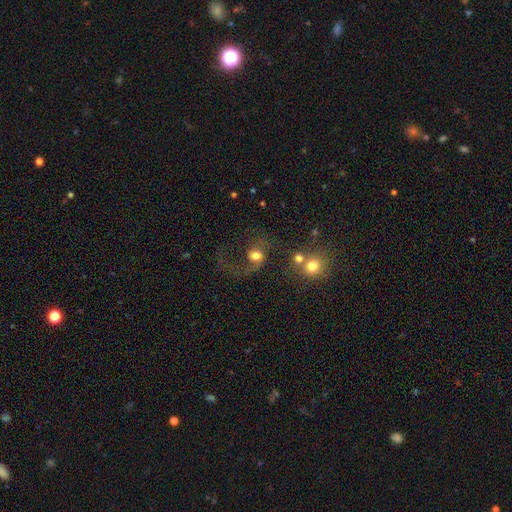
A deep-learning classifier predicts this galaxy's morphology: A smooth galaxy with no disk features (45%). Merging: none (33%).